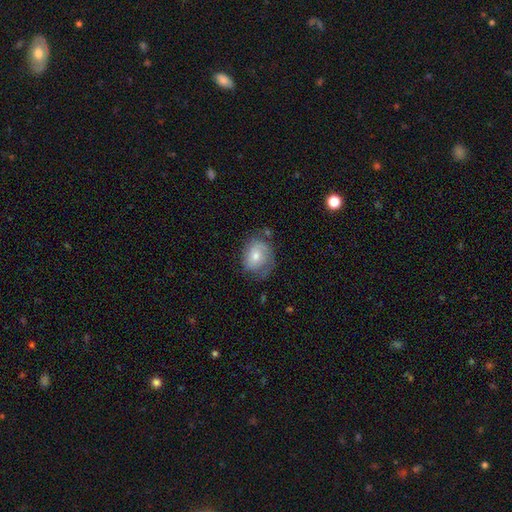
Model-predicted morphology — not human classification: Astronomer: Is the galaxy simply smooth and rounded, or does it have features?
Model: smooth — 58% (runner-up: featured or disk, 34%).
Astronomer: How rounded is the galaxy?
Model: round — 54% (runner-up: in between, 45%).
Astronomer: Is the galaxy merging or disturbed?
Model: none — 53% (runner-up: minor disturbance, 30%).